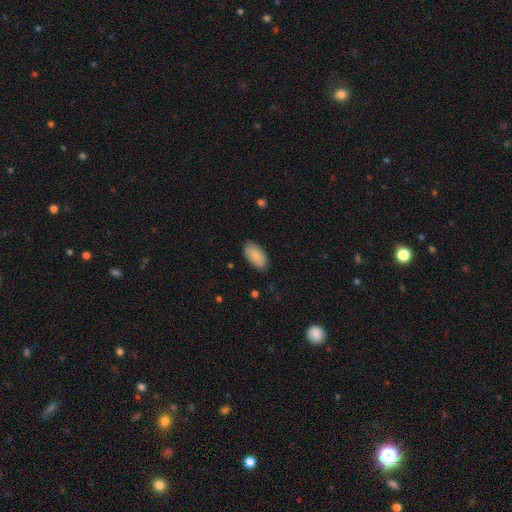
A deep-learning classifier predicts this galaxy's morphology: Smooth or featured?
  - smooth: 86% *
  - featured or disk: 7%
  - star or artifact: 6%
How rounded?
  - in between: 95% *
  - round: 3%
  - cigar-shaped: 2%
Merging?
  - none: 85% *
  - minor disturbance: 12%
  - major disturbance: 2%
  - merger: 1%